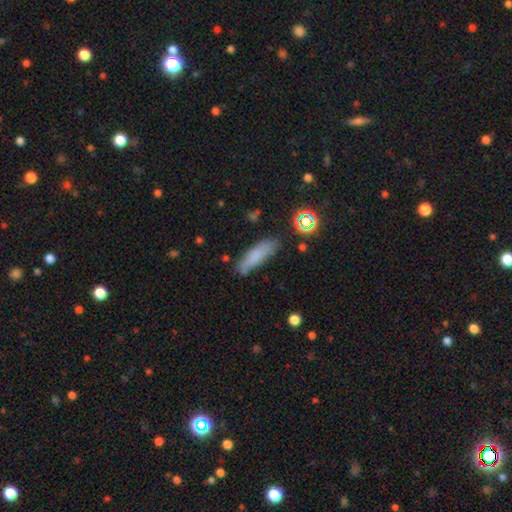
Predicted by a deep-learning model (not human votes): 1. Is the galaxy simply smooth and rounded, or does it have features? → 76% smooth, 12% featured or disk, 11% star or artifact.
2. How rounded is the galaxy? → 60% cigar-shaped, 37% in between, 3% round.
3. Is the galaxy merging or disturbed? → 75% none, 17% minor disturbance, 4% major disturbance, 3% merger.